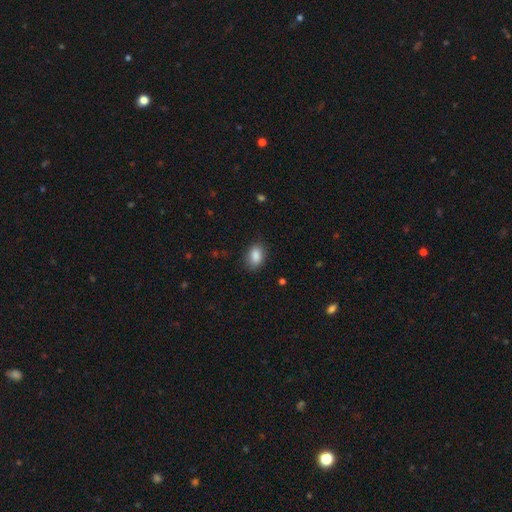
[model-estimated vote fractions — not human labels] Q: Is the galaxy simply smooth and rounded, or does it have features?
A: smooth — 88%.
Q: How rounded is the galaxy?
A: in between — 85%.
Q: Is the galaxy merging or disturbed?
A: none — 82%.